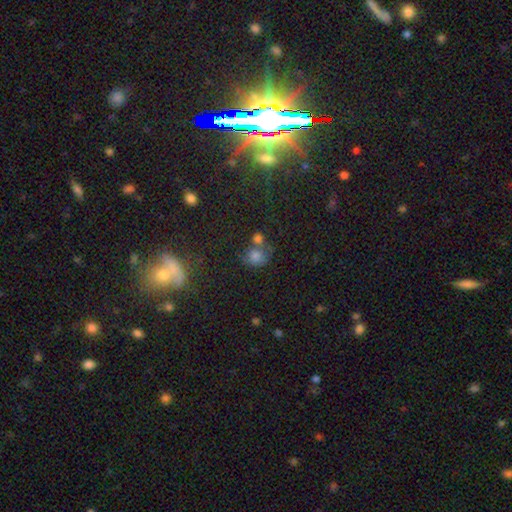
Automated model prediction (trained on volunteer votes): Smooth or featured? Predicted: smooth (p=0.64). How rounded? Predicted: round (p=0.75). Merging? Predicted: none (p=0.53).